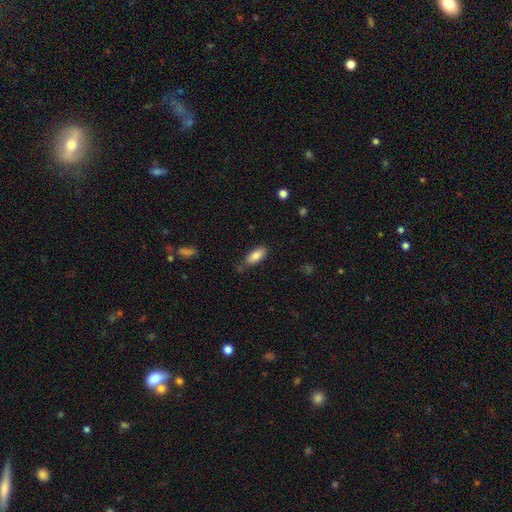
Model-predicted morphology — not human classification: Q: Smooth or featured?
A: smooth (84%); runner-up: featured or disk (9%)
Q: How rounded?
A: in between (82%); runner-up: cigar-shaped (16%)
Q: Merging?
A: none (69%); runner-up: minor disturbance (22%)